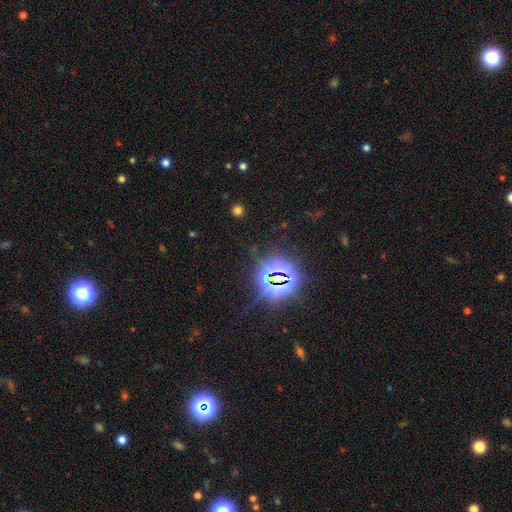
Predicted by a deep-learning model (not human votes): This appears to be a star or artifact, not a galaxy (82%).